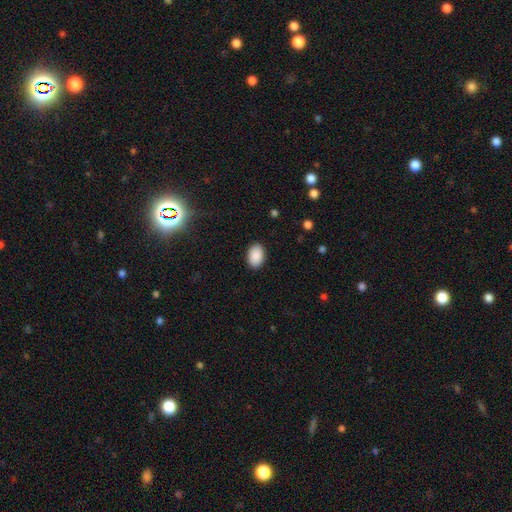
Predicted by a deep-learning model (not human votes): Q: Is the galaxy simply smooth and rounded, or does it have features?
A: smooth — 90%.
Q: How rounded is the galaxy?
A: in between — 88%.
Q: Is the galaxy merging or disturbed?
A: none — 89%.